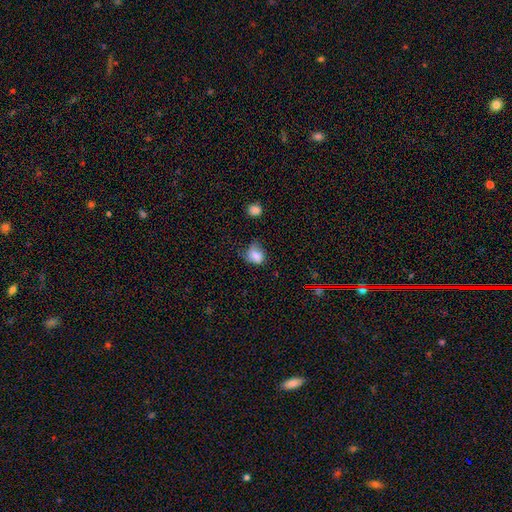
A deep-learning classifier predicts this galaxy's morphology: This appears to be a smooth galaxy with no disk features (75%) that is in between round and cigar-shaped (53%). Merging: none (38%).